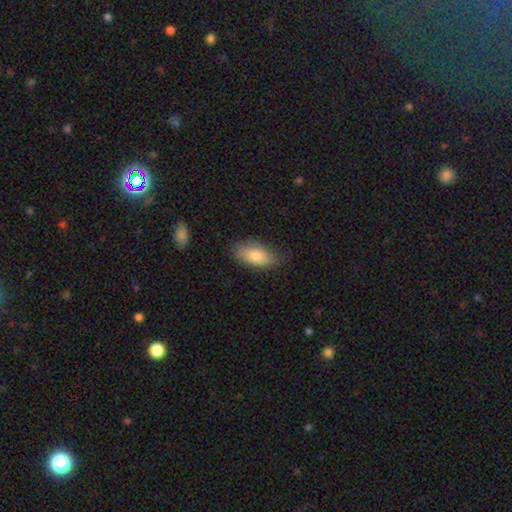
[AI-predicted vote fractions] smooth_or_featured: smooth (p=0.79) [alt: featured or disk p=0.14]
how_rounded: in between (p=0.89) [alt: cigar-shaped p=0.07]
merging: none (p=0.74) [alt: minor disturbance p=0.21]